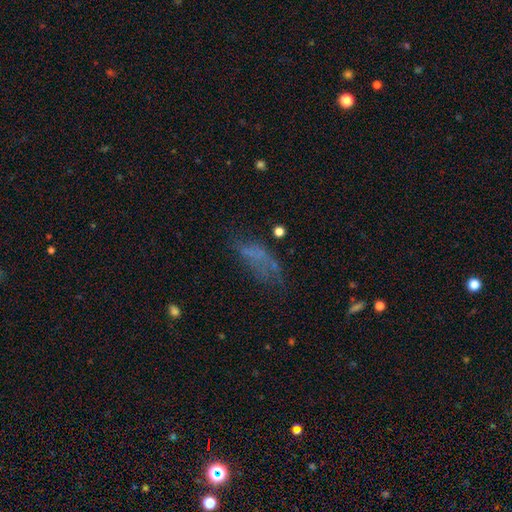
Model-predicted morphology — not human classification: Smooth or featured: smooth — 47% (featured or disk — 33%)
Merging: none — 39% (major disturbance — 33%)